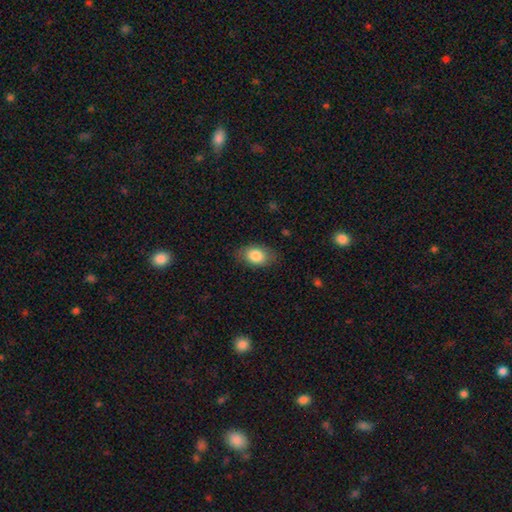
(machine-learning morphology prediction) Smooth or featured?
  - smooth: 84% *
  - featured or disk: 9%
  - star or artifact: 7%
How rounded?
  - in between: 86% *
  - round: 12%
  - cigar-shaped: 2%
Merging?
  - none: 80% *
  - minor disturbance: 15%
  - major disturbance: 4%
  - merger: 1%